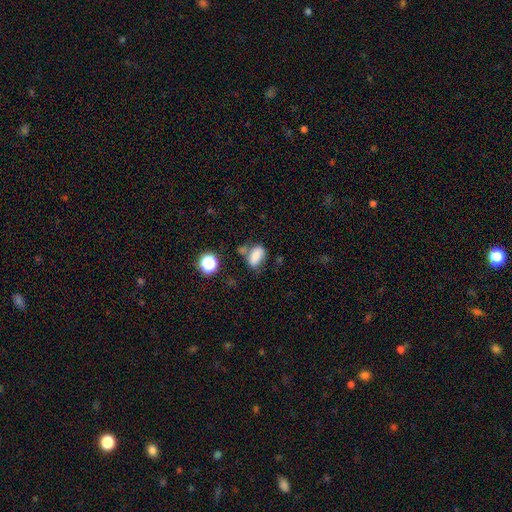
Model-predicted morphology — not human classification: Smooth or featured?
  - smooth: 77% *
  - star or artifact: 12%
  - featured or disk: 11%
How rounded?
  - in between: 84% *
  - round: 11%
  - cigar-shaped: 4%
Merging?
  - none: 48% *
  - minor disturbance: 22%
  - merger: 21%
  - major disturbance: 10%